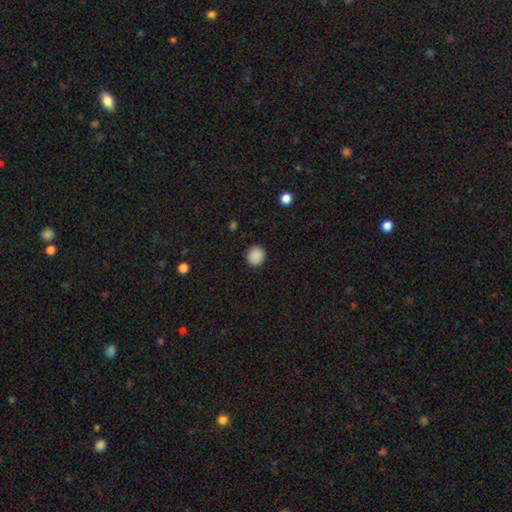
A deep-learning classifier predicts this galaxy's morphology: Smooth or featured? smooth (89%)
How rounded? round (86%)
Merging? none (91%)